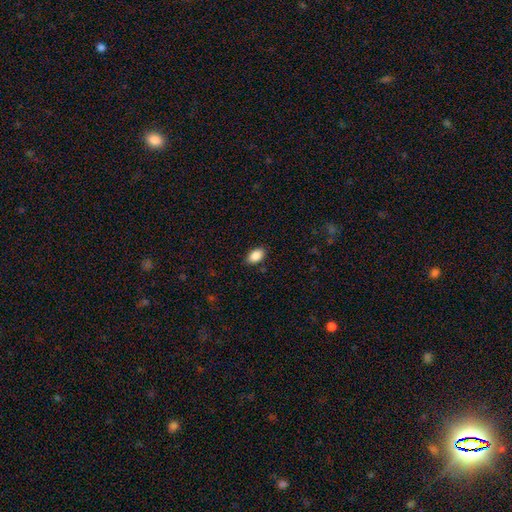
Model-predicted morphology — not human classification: smooth_or_featured: smooth (p=0.88) [alt: star or artifact p=0.08]
how_rounded: in between (p=0.92) [alt: round p=0.07]
merging: none (p=0.87) [alt: minor disturbance p=0.09]